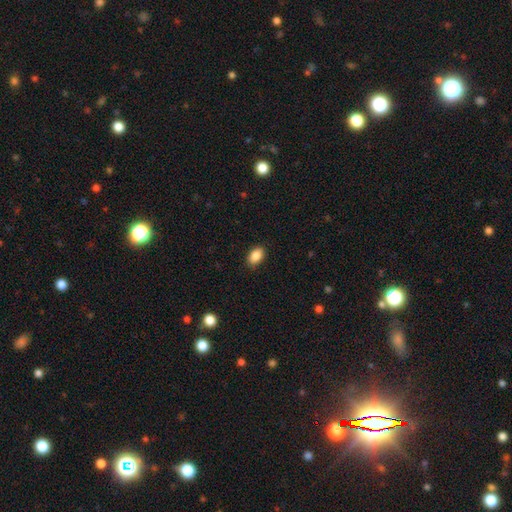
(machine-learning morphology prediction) smooth_or_featured: smooth (p=0.88) [alt: star or artifact p=0.08]
how_rounded: in between (p=0.89) [alt: round p=0.10]
merging: none (p=0.88) [alt: minor disturbance p=0.09]